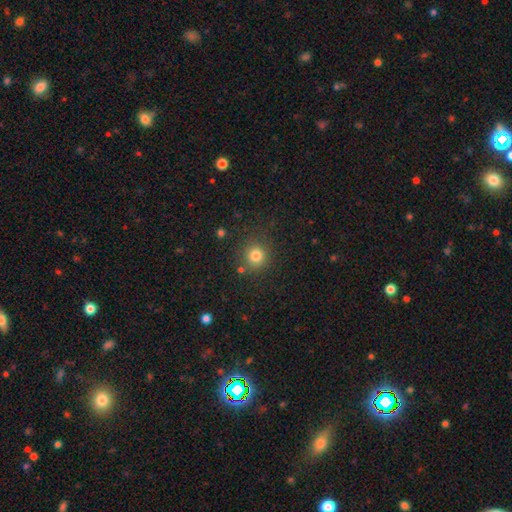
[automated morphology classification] Overall: smooth (80%). How rounded: round (92%). Merging: none (83%).